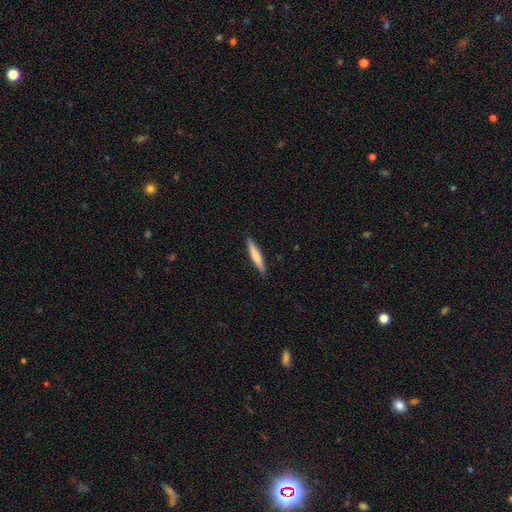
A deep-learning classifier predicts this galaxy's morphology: Smooth or featured? Predicted: smooth (p=0.71). How rounded? Predicted: cigar-shaped (p=0.93). Merging? Predicted: none (p=0.90).